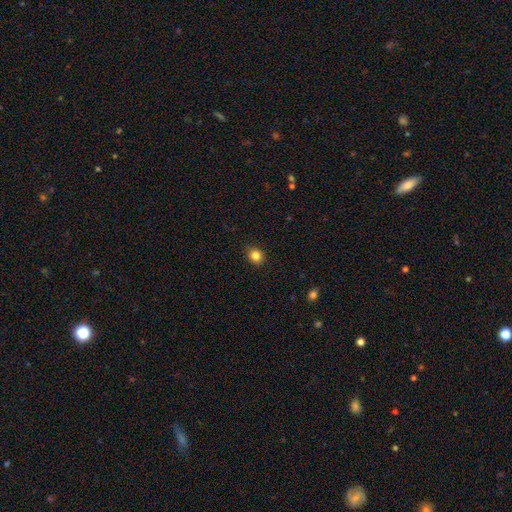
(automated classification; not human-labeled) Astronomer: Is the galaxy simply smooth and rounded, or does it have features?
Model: smooth — 84%.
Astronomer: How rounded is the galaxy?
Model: round — 77%.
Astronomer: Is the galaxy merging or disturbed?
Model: none — 90%.